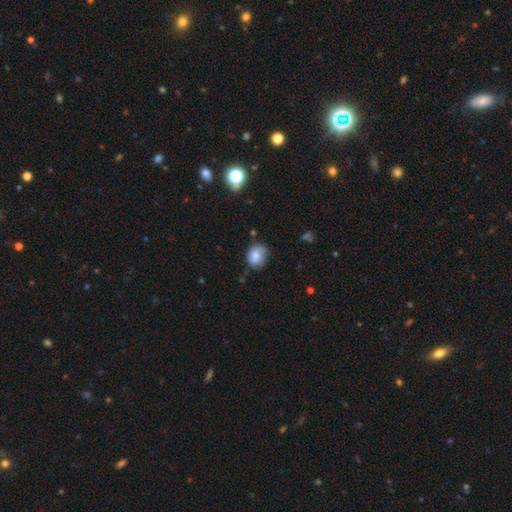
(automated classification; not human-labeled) Smooth or featured? smooth (77%)
How rounded? round (52%)
Merging? none (65%)